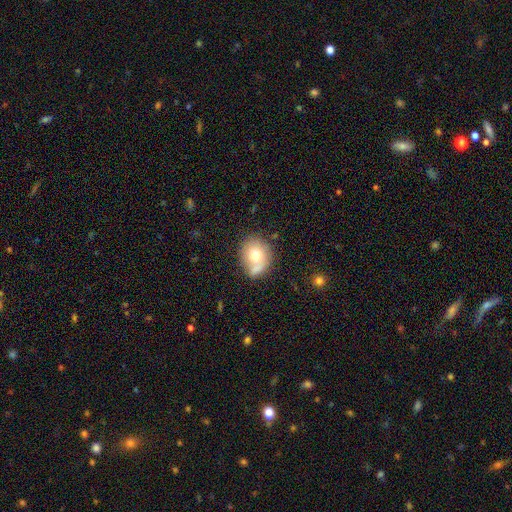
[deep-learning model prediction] smooth-or-featured: smooth: 72% | featured or disk: 19% | star or artifact: 9%
  how-rounded: round: 70% | in between: 29% | cigar-shaped: 1%
  merging: none: 48% | merger: 26% | minor disturbance: 19% | major disturbance: 7%